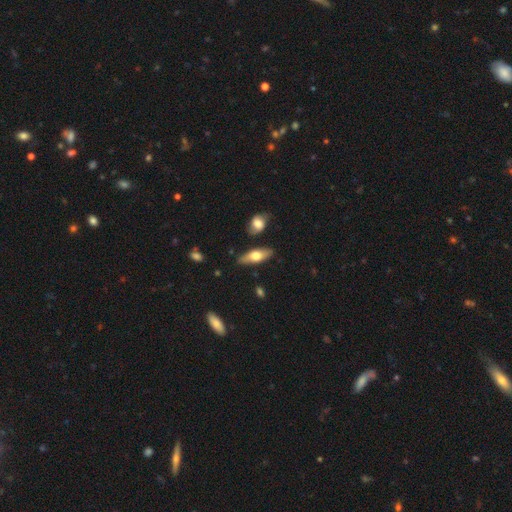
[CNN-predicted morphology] This is possibly a smooth galaxy (55%). How rounded: likely in between (62%). Merging: clearly none (80%).